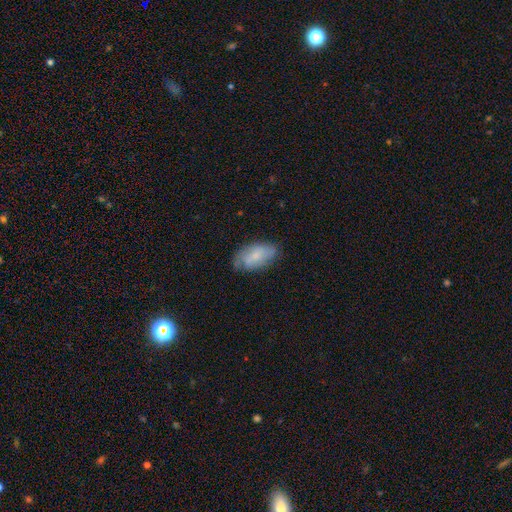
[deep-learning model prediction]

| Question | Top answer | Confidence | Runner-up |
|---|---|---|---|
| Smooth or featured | smooth | 56% | featured or disk (37%) |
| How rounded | in between | 93% | round (4%) |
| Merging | none | 65% | minor disturbance (27%) |